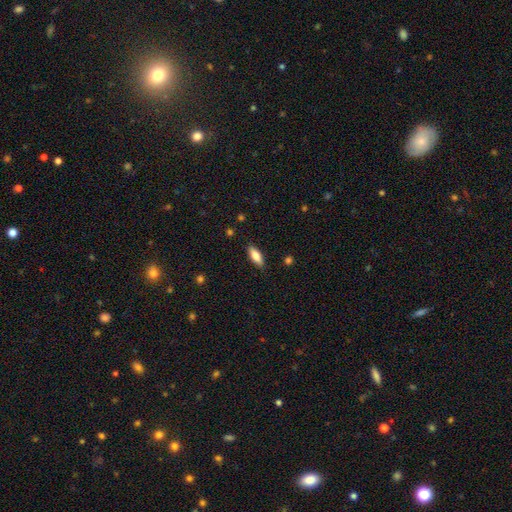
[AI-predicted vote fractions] A smooth galaxy with no disk features (78%) that is in between round and cigar-shaped (66%).

Vote fractions:
- Smooth or featured? smooth: 78% / featured or disk: 16% / star or artifact: 6%
- How rounded? in between: 66% / cigar-shaped: 32% / round: 2%
- Merging? none: 88% / minor disturbance: 9% / major disturbance: 2% / merger: 1%